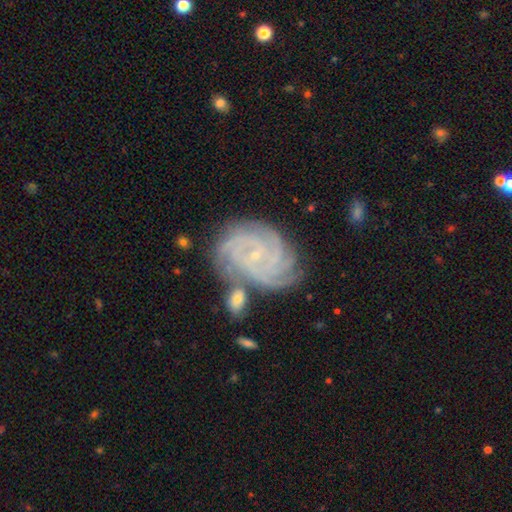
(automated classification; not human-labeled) Smooth or featured? featured or disk (88%)
Edge-on disk? no (98%)
Bar? no (65%)
Spiral arms? yes (98%)
Spiral winding? tight (80%)
Spiral arm count? 4 (40%)
Bulge size? small (83%)
Merging? none (67%)